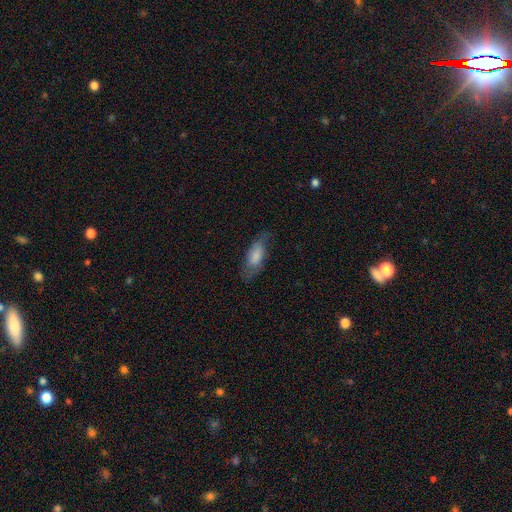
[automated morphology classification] This is likely a smooth galaxy (72%). How rounded: likely in between (78%). Merging: likely none (63%).